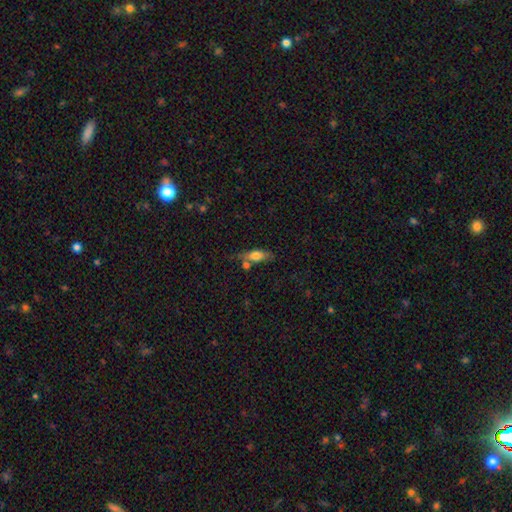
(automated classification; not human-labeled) Morphology: type=smooth (68%); roundness=in between (66%); merging=none (53%).